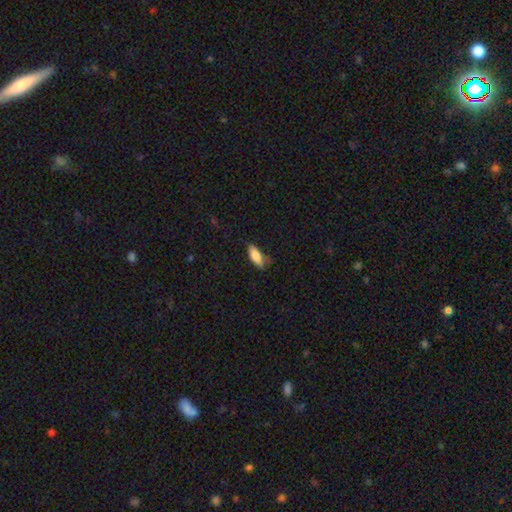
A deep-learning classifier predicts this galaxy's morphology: Smooth or featured? Predicted: smooth (p=0.83). How rounded? Predicted: in between (p=0.72). Merging? Predicted: none (p=0.65).